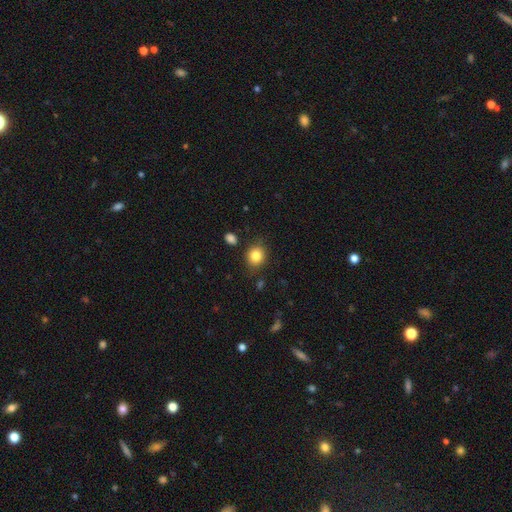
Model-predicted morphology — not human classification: smooth 83%, star or artifact 10%, featured or disk 7%. Down the decision tree: how rounded — round (71%); merging — none (83%).